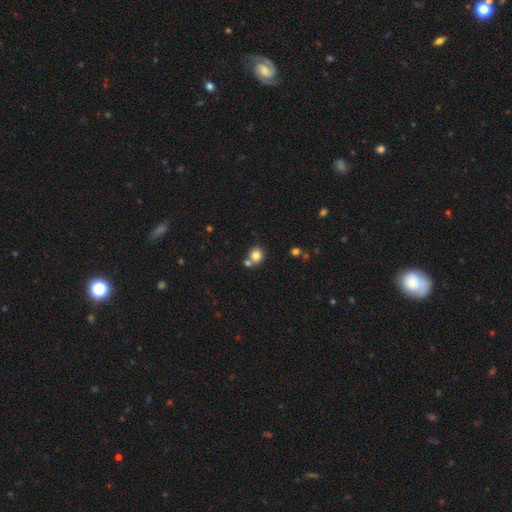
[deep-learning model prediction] The model was most divided on "merging": none: 57%, merger: 31%, minor disturbance: 9%, major disturbance: 3%. More confident: how rounded — round (83%); smooth or featured — smooth (81%).